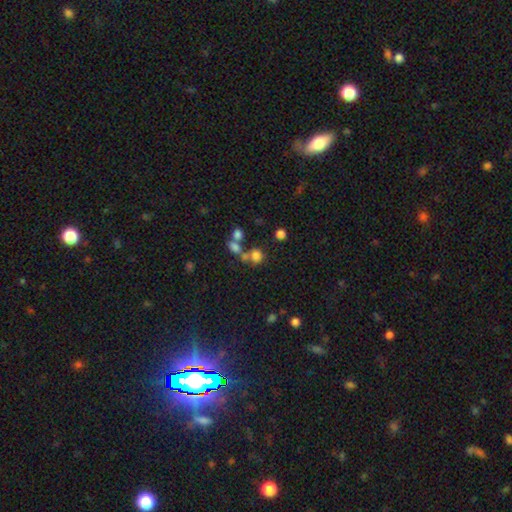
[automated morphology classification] Smooth or featured? Predicted: smooth (p=0.72). How rounded? Predicted: round (p=0.81). Merging? Predicted: none (p=0.51).